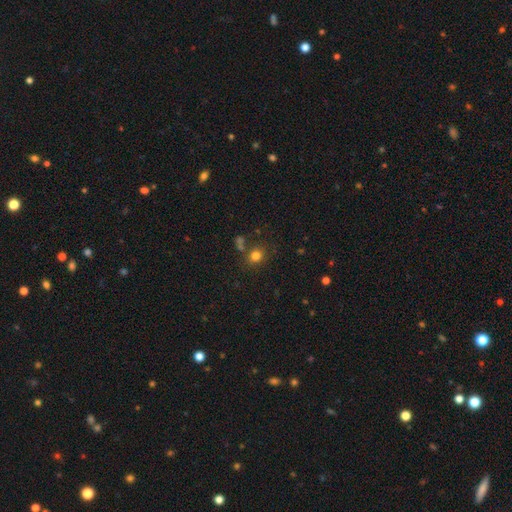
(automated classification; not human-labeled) Morphology: type=smooth (79%); roundness=round (74%); merging=none (73%).